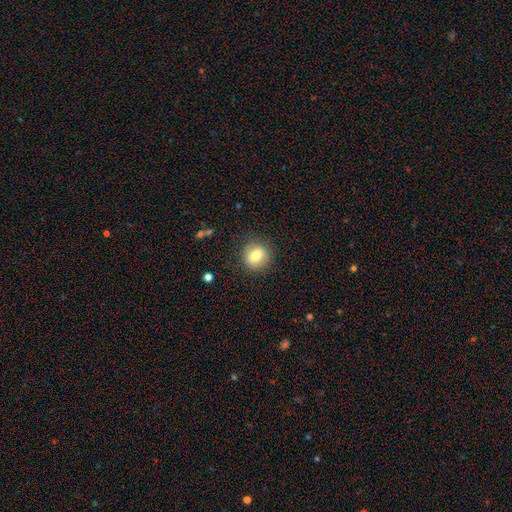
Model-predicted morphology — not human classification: Smooth or featured?
  - smooth: 75% *
  - featured or disk: 16%
  - star or artifact: 9%
How rounded?
  - round: 79% *
  - in between: 20%
  - cigar-shaped: 1%
Merging?
  - none: 85% *
  - minor disturbance: 10%
  - major disturbance: 3%
  - merger: 1%